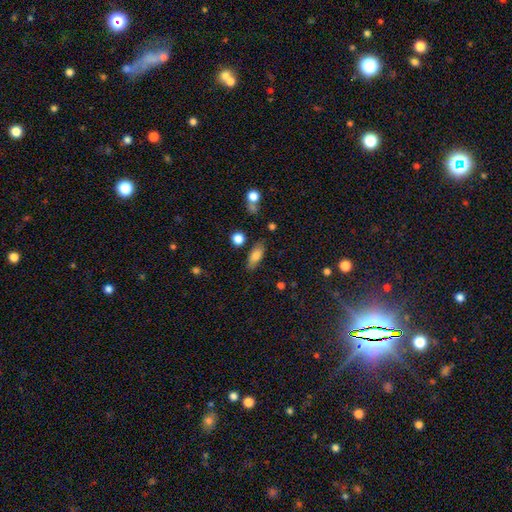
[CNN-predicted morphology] smooth 78%, featured or disk 14%, star or artifact 8%. Down the decision tree: how rounded — in between (76%); merging — none (78%).